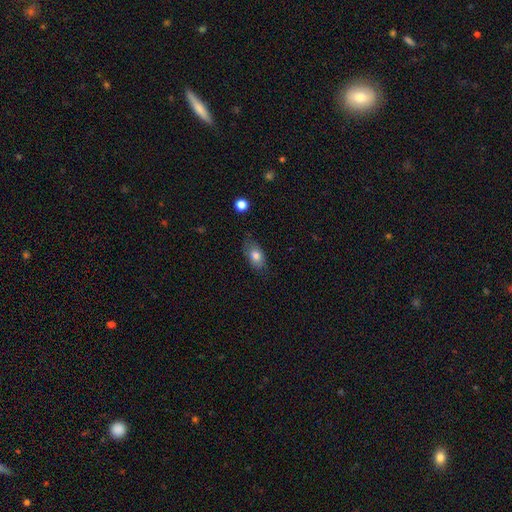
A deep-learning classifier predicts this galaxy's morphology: smooth 78%, featured or disk 14%, star or artifact 8%. Down the decision tree: how rounded — in between (85%); merging — none (71%).